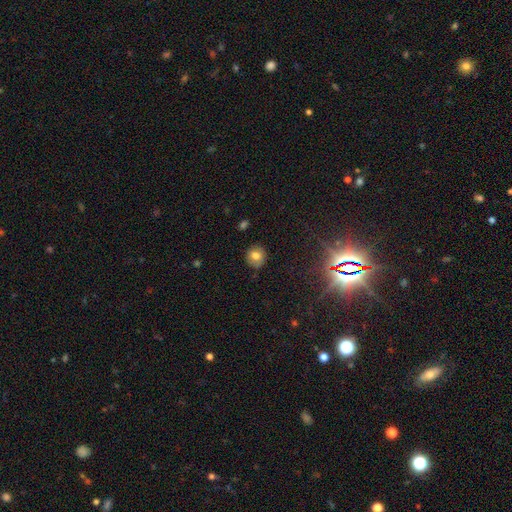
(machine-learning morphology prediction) Q: Smooth or featured?
A: smooth (73%); runner-up: featured or disk (14%)
Q: How rounded?
A: round (82%); runner-up: in between (17%)
Q: Merging?
A: none (81%); runner-up: minor disturbance (15%)